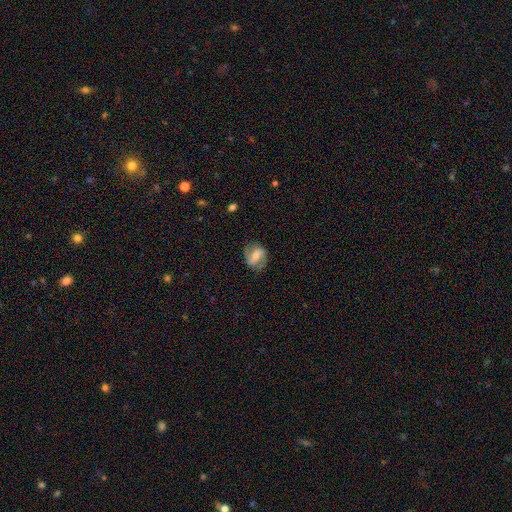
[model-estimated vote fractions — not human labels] Q: Smooth or featured?
A: featured or disk (54%); runner-up: smooth (38%)
Q: Edge-on disk?
A: no (95%); runner-up: yes (5%)
Q: Bar?
A: strong (40%); runner-up: weak (38%)
Q: Spiral arms?
A: yes (76%); runner-up: no (24%)
Q: Bulge size?
A: moderate (48%); runner-up: small (39%)
Q: Merging?
A: none (74%); runner-up: minor disturbance (18%)